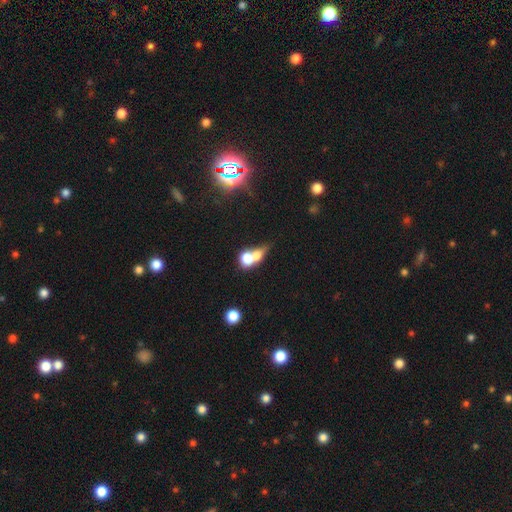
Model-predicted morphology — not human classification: Overall: smooth (66%). How rounded: round (52%; in between 42%). Merging: merger (67%).